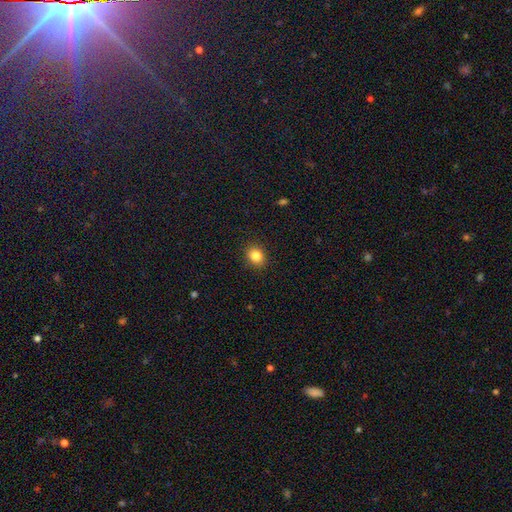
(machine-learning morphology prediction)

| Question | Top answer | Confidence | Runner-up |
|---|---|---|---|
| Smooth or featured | smooth | 84% | star or artifact (11%) |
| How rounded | round | 63% | in between (37%) |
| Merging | none | 90% | minor disturbance (7%) |